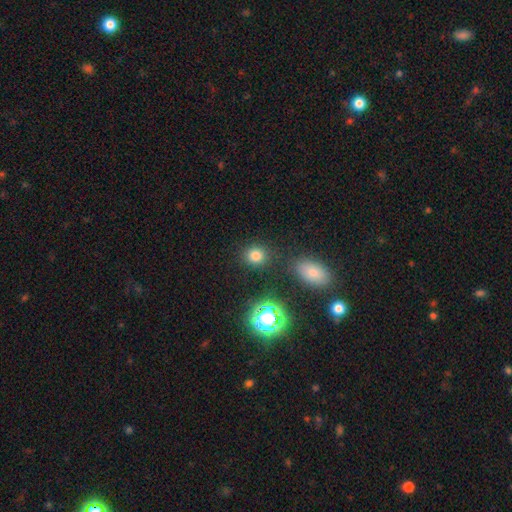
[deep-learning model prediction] Smooth or featured? smooth (77%)
How rounded? round (76%)
Merging? none (85%)